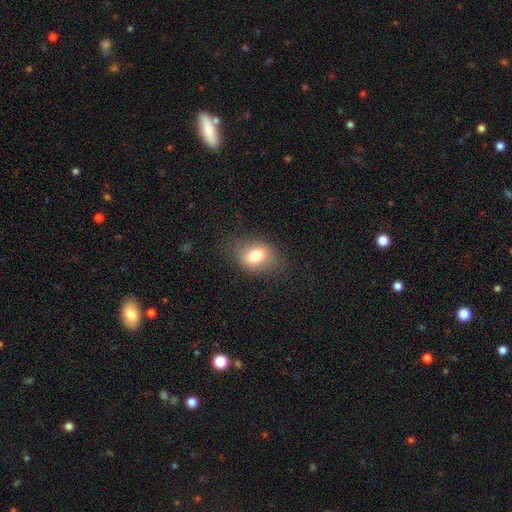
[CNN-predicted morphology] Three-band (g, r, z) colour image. It shows a smooth galaxy with no disk features (74%) that is in between round and cigar-shaped (71%). Merging: none (75%).